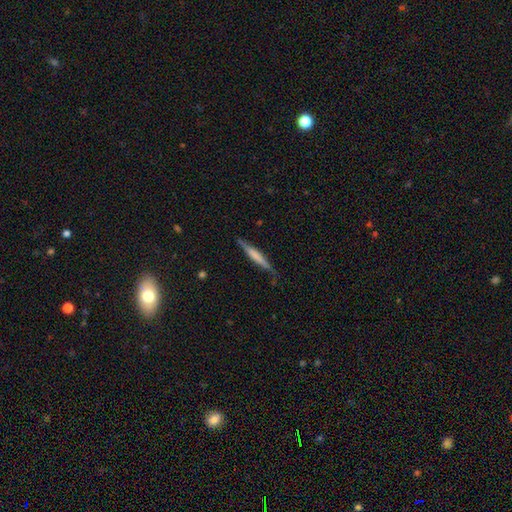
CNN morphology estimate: A smooth galaxy with no disk features (48%). Merging: none (83%).